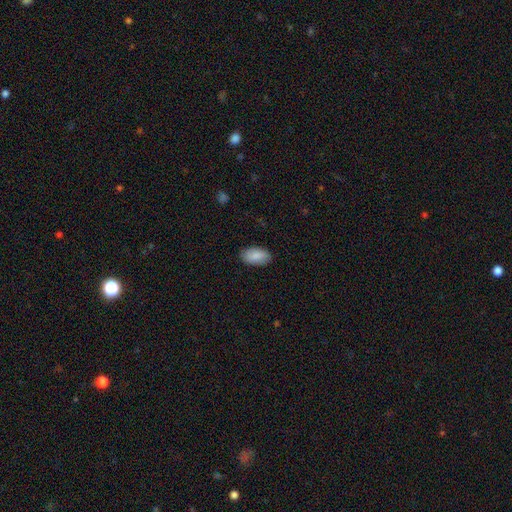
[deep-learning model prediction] The model was most divided on "merging": none: 87%, minor disturbance: 10%, major disturbance: 2%, merger: 1%. More confident: how rounded — in between (95%); smooth or featured — smooth (88%).